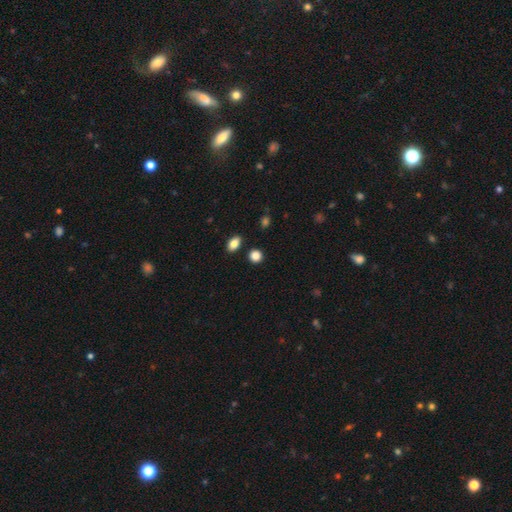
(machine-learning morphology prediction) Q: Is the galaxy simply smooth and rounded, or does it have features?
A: smooth — 85%.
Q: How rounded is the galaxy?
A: round — 75%.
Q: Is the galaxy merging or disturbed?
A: none — 86%.